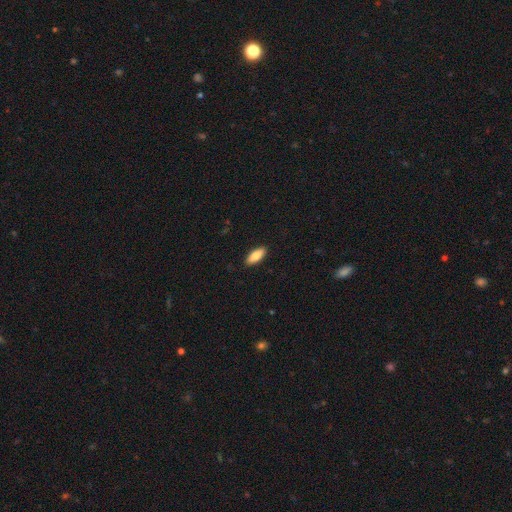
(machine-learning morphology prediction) Q: Smooth or featured?
A: smooth (82%); runner-up: featured or disk (12%)
Q: How rounded?
A: in between (77%); runner-up: cigar-shaped (21%)
Q: Merging?
A: none (90%); runner-up: minor disturbance (8%)